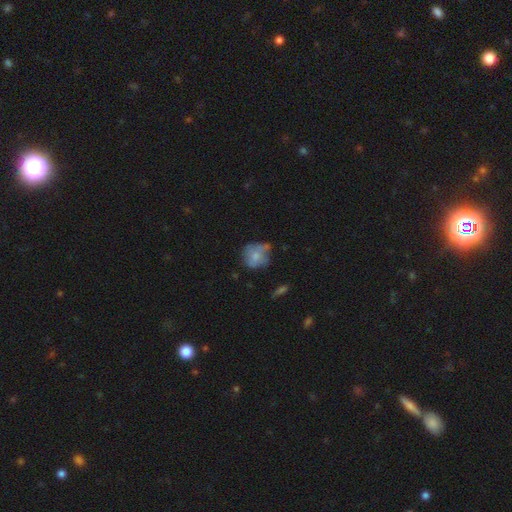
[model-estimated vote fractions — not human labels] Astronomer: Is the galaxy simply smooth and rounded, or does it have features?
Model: smooth — 64%.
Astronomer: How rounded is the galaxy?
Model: round — 74%.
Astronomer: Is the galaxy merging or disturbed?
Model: none — 48% (runner-up: minor disturbance, 31%).